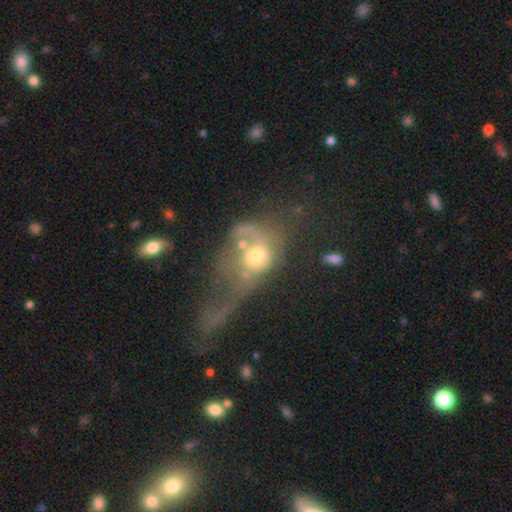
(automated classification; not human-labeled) Smooth or featured: featured or disk — 50% (smooth — 39%)
Edge-on disk: no — 94% (yes — 6%)
Merging: major disturbance — 51% (merger — 30%)